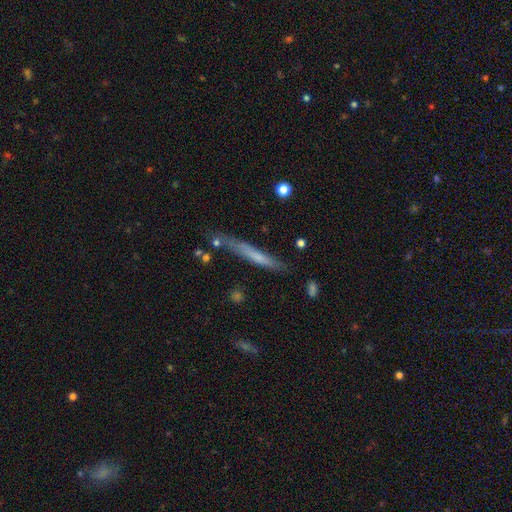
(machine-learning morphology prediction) Q: Smooth or featured?
A: smooth (56%); runner-up: featured or disk (37%)
Q: How rounded?
A: cigar-shaped (95%); runner-up: in between (4%)
Q: Merging?
A: none (71%); runner-up: minor disturbance (20%)